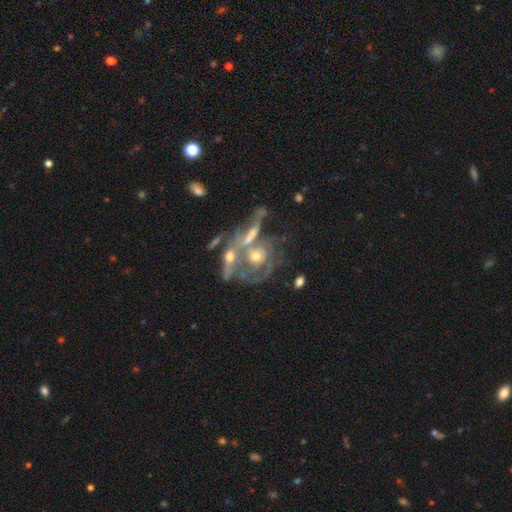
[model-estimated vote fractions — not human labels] smooth_or_featured: featured or disk (p=0.72) [alt: smooth p=0.17]
disk_edge_on: no (p=0.92) [alt: yes p=0.08]
bar: no (p=0.79) [alt: weak p=0.15]
has_spiral_arms: yes (p=0.53) [alt: no p=0.47]
bulge_size: moderate (p=0.56) [alt: small p=0.30]
merging: merger (p=0.53) [alt: none p=0.22]